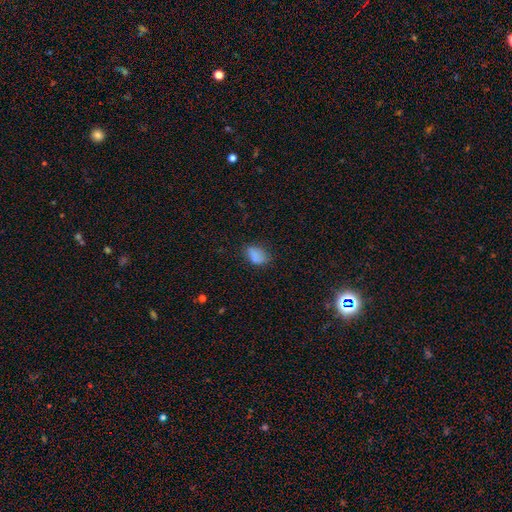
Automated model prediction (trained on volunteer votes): smooth 78%, star or artifact 12%, featured or disk 10%. Down the decision tree: how rounded — in between (84%); merging — none (61%).